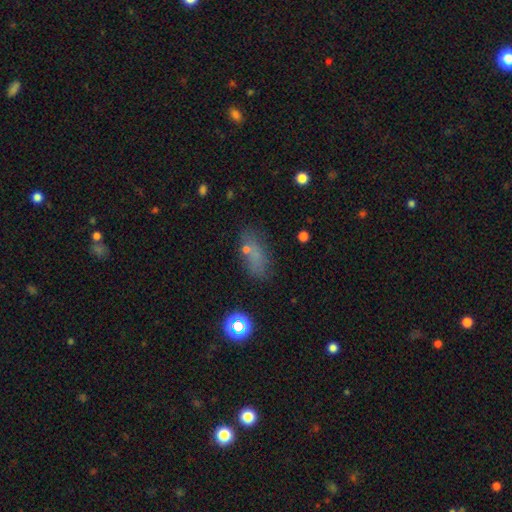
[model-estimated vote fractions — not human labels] Q: Smooth or featured?
A: smooth (60%); runner-up: star or artifact (24%)
Q: How rounded?
A: in between (74%); runner-up: cigar-shaped (15%)
Q: Merging?
A: none (65%); runner-up: minor disturbance (19%)